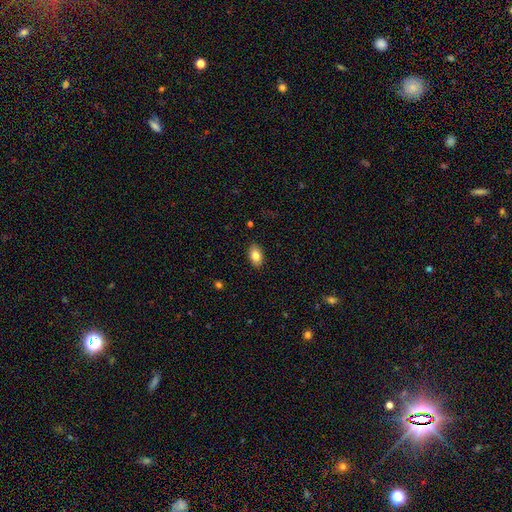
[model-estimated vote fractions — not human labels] Smooth or featured?
  - smooth: 83% *
  - featured or disk: 9%
  - star or artifact: 8%
How rounded?
  - in between: 87% *
  - round: 11%
  - cigar-shaped: 1%
Merging?
  - none: 89% *
  - minor disturbance: 8%
  - major disturbance: 2%
  - merger: 1%